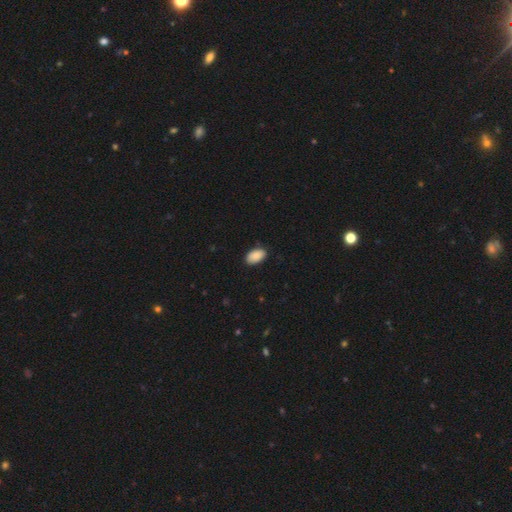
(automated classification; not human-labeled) This appears to be a smooth galaxy with no disk features (89%) that is in between round and cigar-shaped (94%). Merging: none (84%).